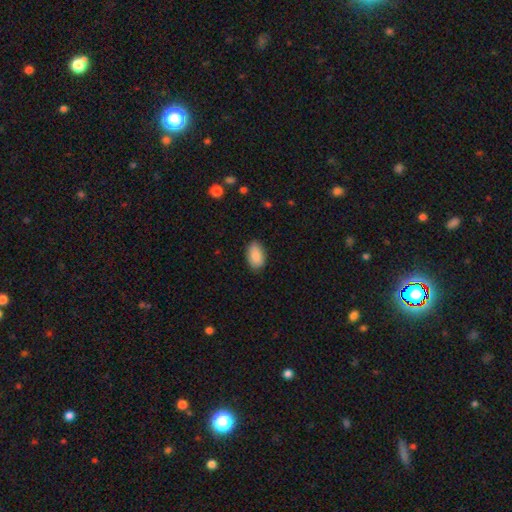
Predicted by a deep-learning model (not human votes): Smooth or featured: smooth — 88% (star or artifact — 7%)
How rounded: in between — 92% (round — 6%)
Merging: none — 83% (minor disturbance — 13%)